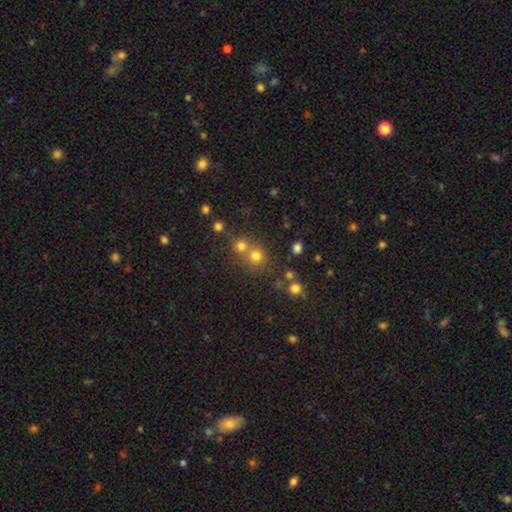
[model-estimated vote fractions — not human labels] Q: Smooth or featured?
A: smooth (73%); runner-up: star or artifact (18%)
Q: How rounded?
A: round (88%); runner-up: in between (11%)
Q: Merging?
A: none (54%); runner-up: merger (37%)